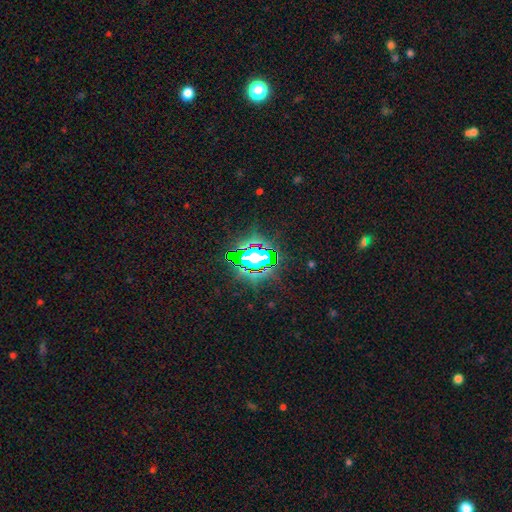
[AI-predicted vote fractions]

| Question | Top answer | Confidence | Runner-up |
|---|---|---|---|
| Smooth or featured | star or artifact | 75% | smooth (15%) |